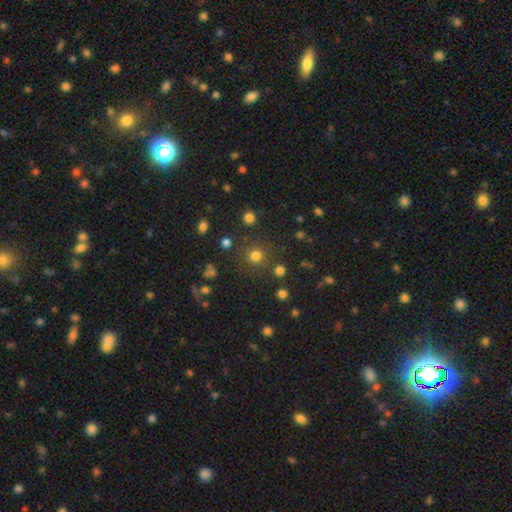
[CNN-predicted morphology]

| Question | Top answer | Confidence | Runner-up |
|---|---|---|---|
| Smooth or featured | smooth | 75% | star or artifact (19%) |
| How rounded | round | 92% | in between (7%) |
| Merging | none | 82% | minor disturbance (8%) |